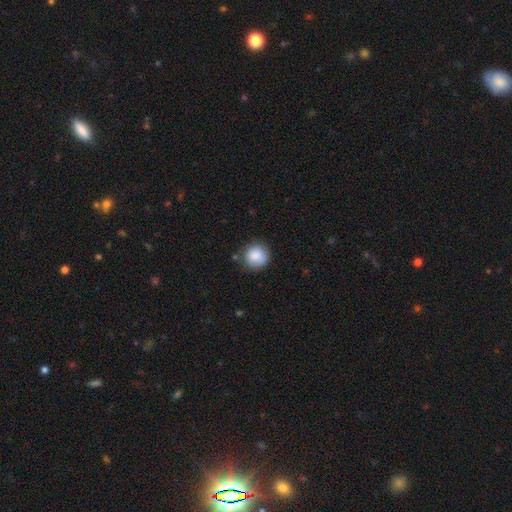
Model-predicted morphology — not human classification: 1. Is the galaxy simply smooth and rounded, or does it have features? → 87% smooth, 8% star or artifact, 5% featured or disk.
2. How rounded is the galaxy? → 92% round, 8% in between, 1% cigar-shaped.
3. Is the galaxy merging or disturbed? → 82% none, 13% minor disturbance, 3% major disturbance, 2% merger.